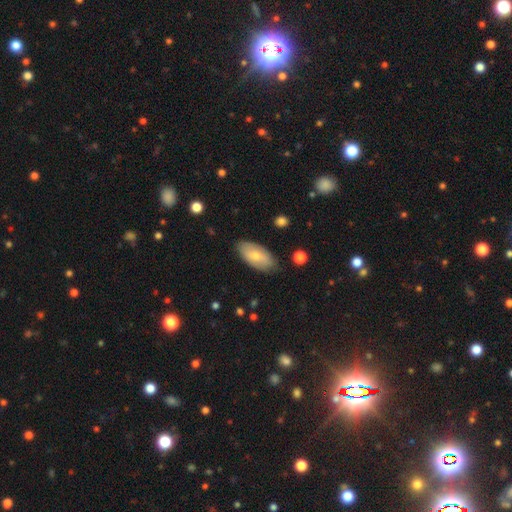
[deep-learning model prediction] The model was most divided on "smooth or featured": smooth: 67%, featured or disk: 27%, star or artifact: 6%. More confident: how rounded — in between (93%); merging — none (81%).